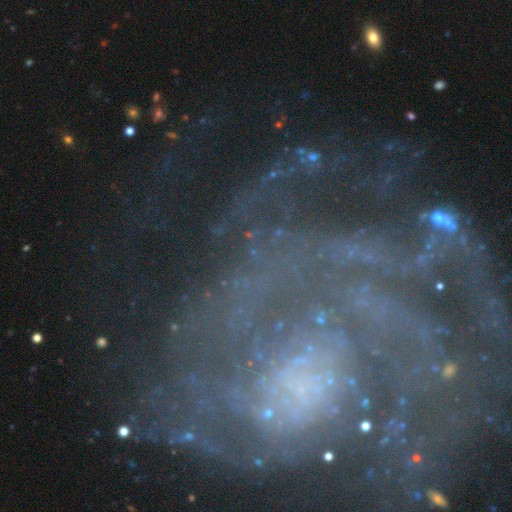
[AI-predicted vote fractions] Q: Smooth or featured?
A: featured or disk (70%); runner-up: star or artifact (20%)
Q: Edge-on disk?
A: no (96%); runner-up: yes (4%)
Q: Bar?
A: no (57%); runner-up: weak (25%)
Q: Spiral arms?
A: yes (88%); runner-up: no (12%)
Q: Spiral winding?
A: tight (68%); runner-up: medium (22%)
Q: Spiral arm count?
A: can't tell (30%); runner-up: 2 (18%)
Q: Bulge size?
A: small (45%); runner-up: moderate (21%)
Q: Merging?
A: none (66%); runner-up: minor disturbance (15%)